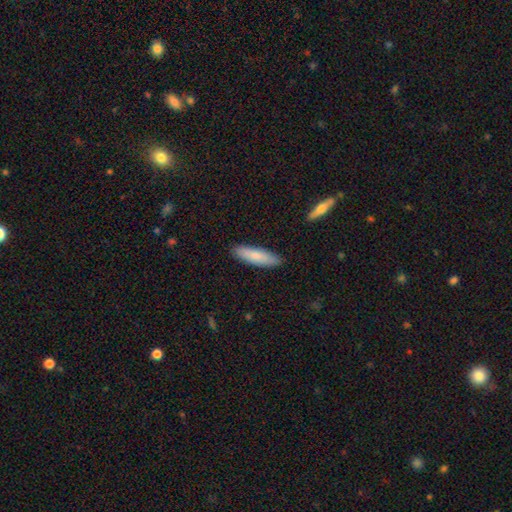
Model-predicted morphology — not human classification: This appears to be a smooth galaxy with no disk features (80%) that is cigar-shaped (65%). Merging: none (88%).